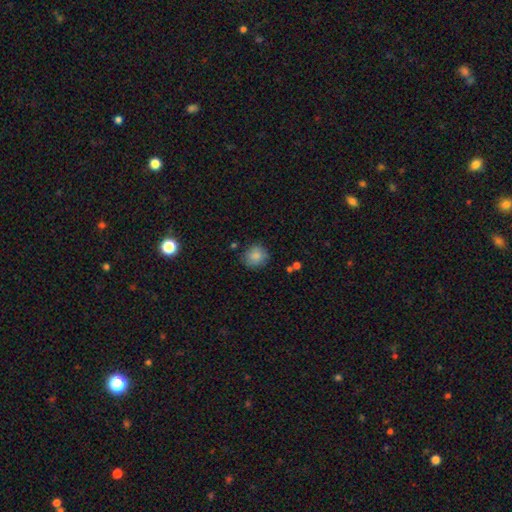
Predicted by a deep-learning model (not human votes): A smooth galaxy with no disk features (86%) that is round (87%). Merging: none (81%).